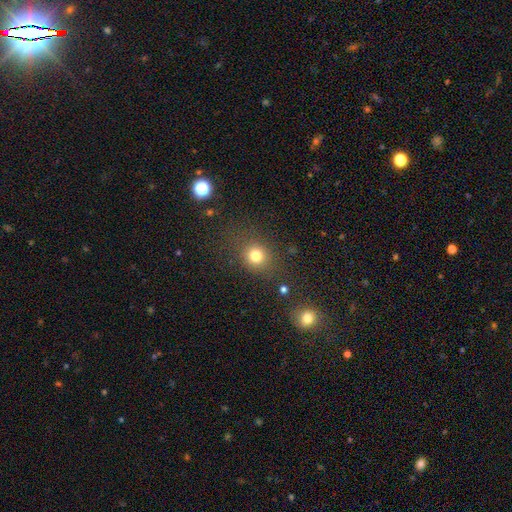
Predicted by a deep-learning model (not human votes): smooth-or-featured: smooth: 78% | star or artifact: 15% | featured or disk: 7%
  how-rounded: round: 79% | in between: 20% | cigar-shaped: 1%
  merging: none: 75% | minor disturbance: 13% | major disturbance: 8% | merger: 5%